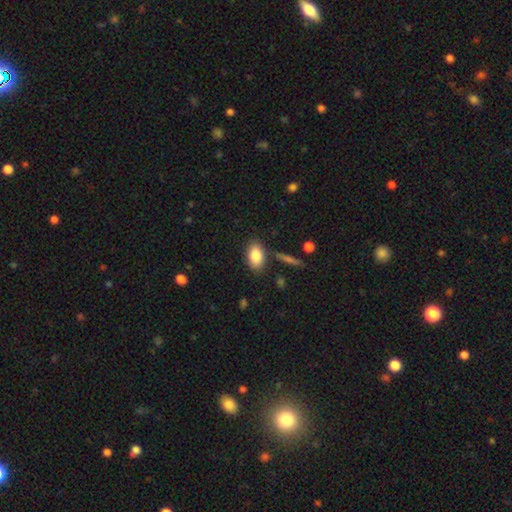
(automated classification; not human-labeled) Smooth or featured? smooth (85%)
How rounded? in between (89%)
Merging? none (82%)